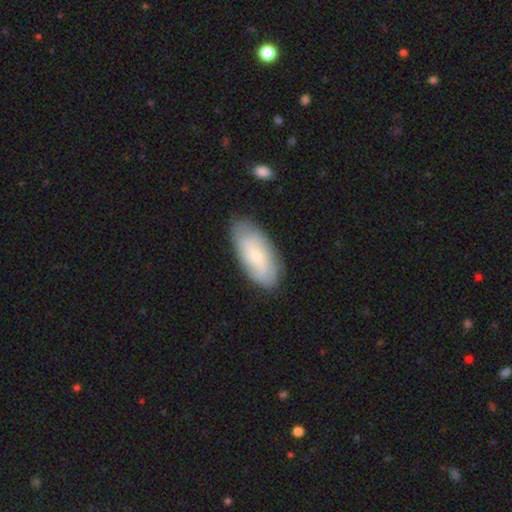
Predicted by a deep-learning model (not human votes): A smooth galaxy with no disk features (58%) that is in between round and cigar-shaped (88%). Merging: none (78%).